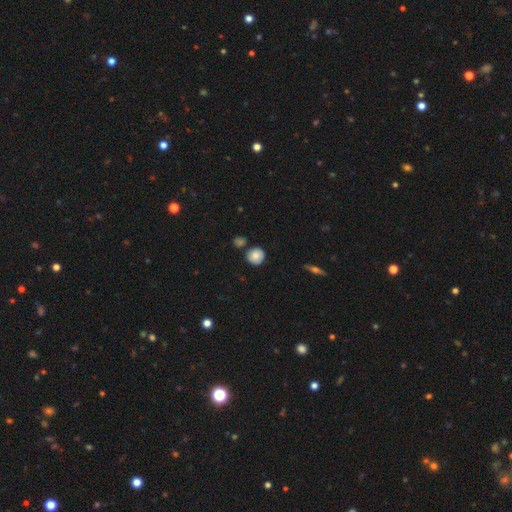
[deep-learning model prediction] The model was most divided on "smooth or featured": smooth: 80%, featured or disk: 12%, star or artifact: 9%. More confident: how rounded — round (90%); merging — none (80%).